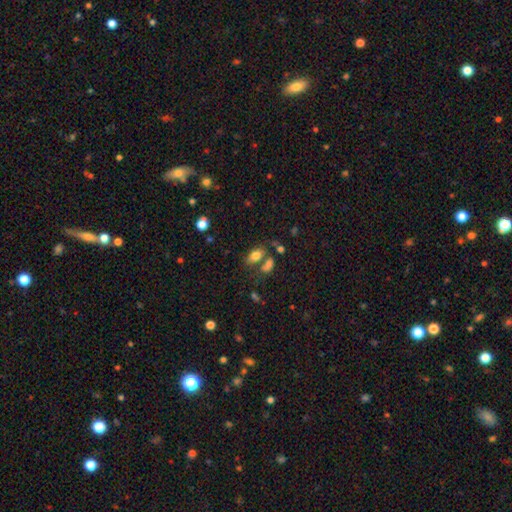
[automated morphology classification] type=smooth (78%); roundness=in between (89%); merging=none (56%).